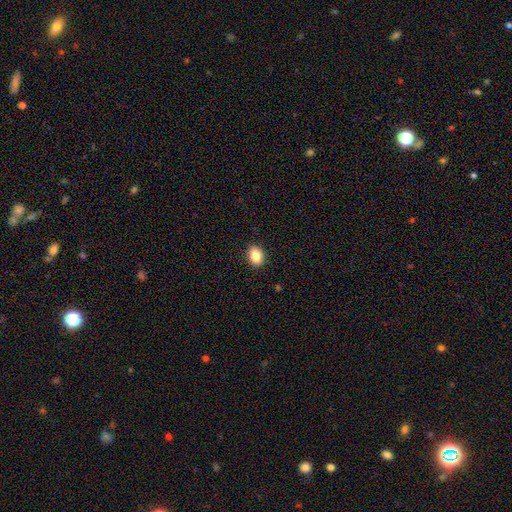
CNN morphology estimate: smooth_or_featured: smooth (p=0.84) [alt: star or artifact p=0.09]
how_rounded: in between (p=0.67) [alt: round p=0.32]
merging: none (p=0.91) [alt: minor disturbance p=0.06]